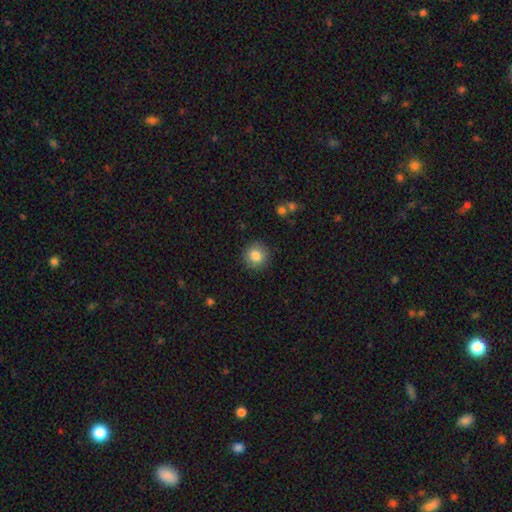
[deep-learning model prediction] Smooth or featured? Predicted: smooth (p=0.84). How rounded? Predicted: round (p=0.92). Merging? Predicted: none (p=0.90).